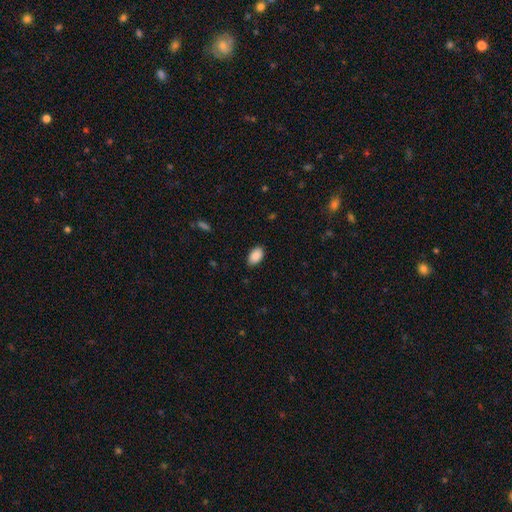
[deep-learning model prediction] A smooth galaxy with no disk features (90%) that is in between round and cigar-shaped (93%).

Vote fractions:
- Smooth or featured? smooth: 90% / star or artifact: 7% / featured or disk: 3%
- How rounded? in between: 93% / round: 6% / cigar-shaped: 1%
- Merging? none: 87% / minor disturbance: 10% / major disturbance: 2% / merger: 1%